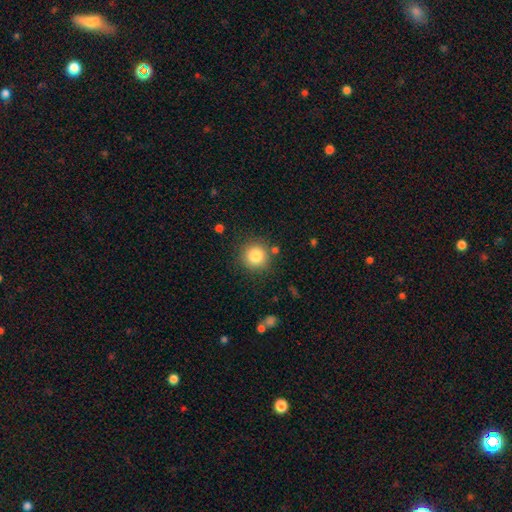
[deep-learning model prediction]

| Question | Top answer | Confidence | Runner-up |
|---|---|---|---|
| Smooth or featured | smooth | 83% | star or artifact (10%) |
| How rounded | round | 94% | in between (5%) |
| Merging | none | 85% | minor disturbance (9%) |